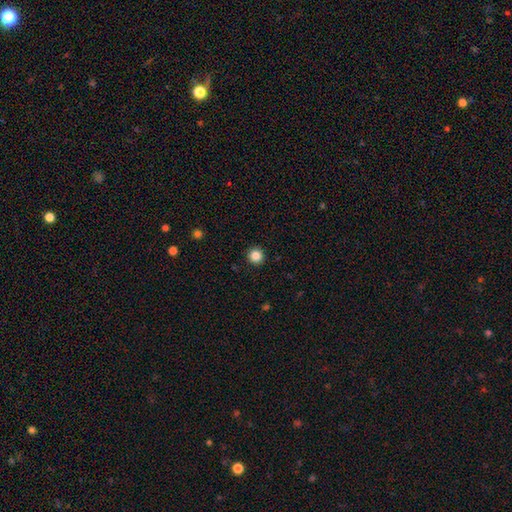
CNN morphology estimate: smooth-or-featured: smooth: 86% | star or artifact: 11% | featured or disk: 3%
  how-rounded: round: 95% | in between: 4% | cigar-shaped: 1%
  merging: none: 93% | minor disturbance: 4% | major disturbance: 2% | merger: 1%